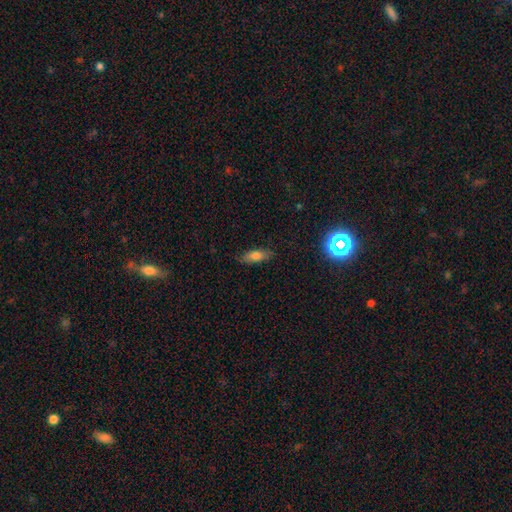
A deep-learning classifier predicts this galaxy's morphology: Smooth or featured? Predicted: smooth (p=0.72). How rounded? Predicted: in between (p=0.62). Merging? Predicted: none (p=0.84).